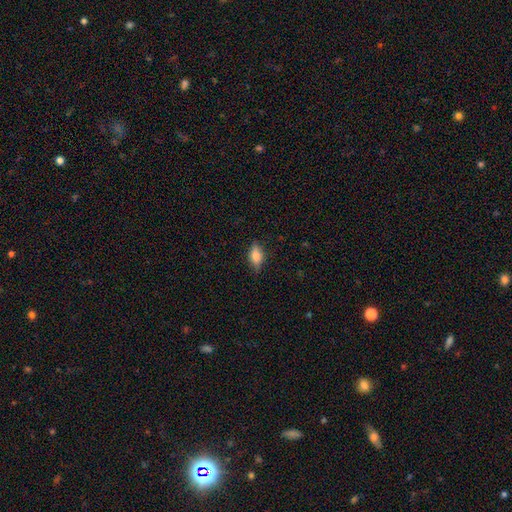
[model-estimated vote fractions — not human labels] Morphology: type=smooth (73%); roundness=in between (82%); merging=none (81%).